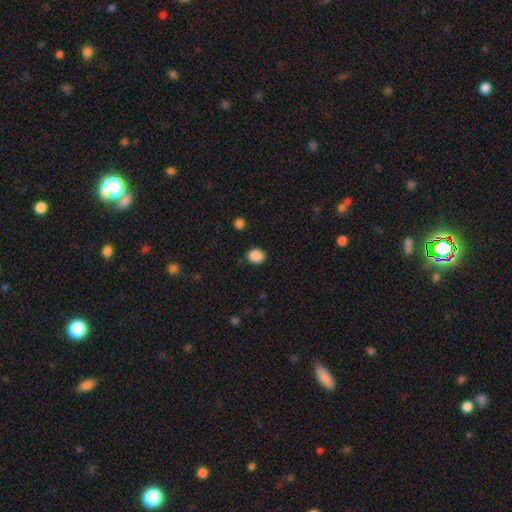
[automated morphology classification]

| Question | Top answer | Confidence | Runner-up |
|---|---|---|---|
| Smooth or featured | smooth | 88% | star or artifact (9%) |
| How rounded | round | 56% | in between (43%) |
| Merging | none | 86% | minor disturbance (10%) |